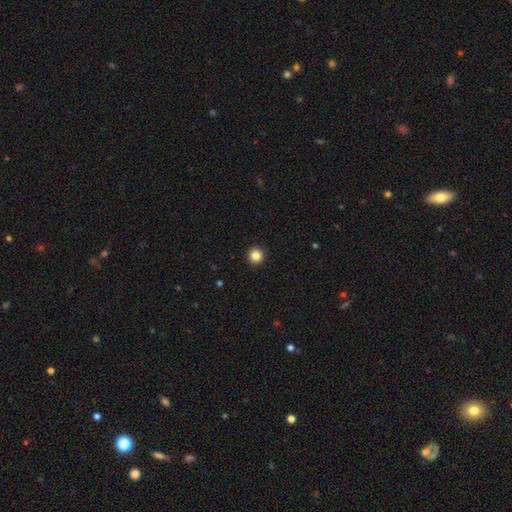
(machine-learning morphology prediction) This is clearly a smooth galaxy (85%). How rounded: clearly round (96%). Merging: clearly none (94%).